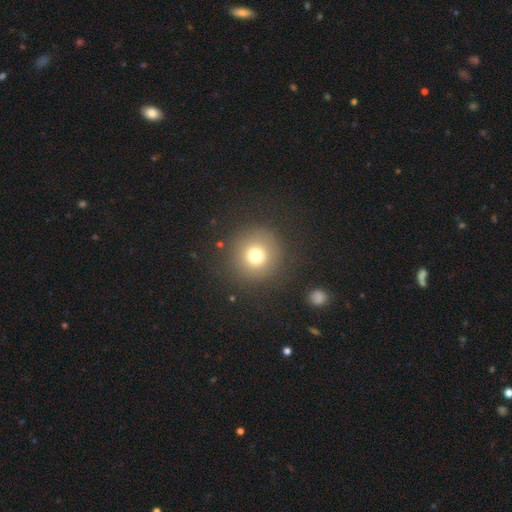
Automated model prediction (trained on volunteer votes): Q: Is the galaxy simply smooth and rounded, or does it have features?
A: smooth — 73%.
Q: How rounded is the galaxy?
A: round — 95%.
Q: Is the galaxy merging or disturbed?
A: none — 87%.